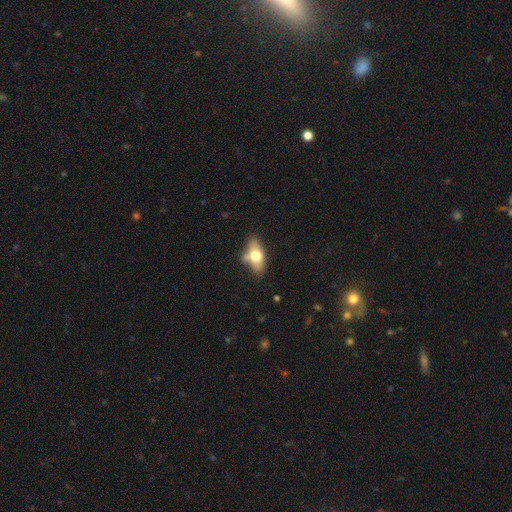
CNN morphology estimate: Smooth or featured? Predicted: smooth (p=0.61). How rounded? Predicted: in between (p=0.82). Merging? Predicted: none (p=0.53).